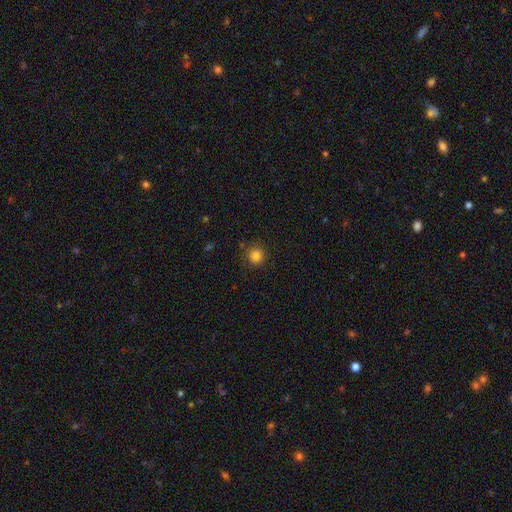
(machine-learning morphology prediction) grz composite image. It shows a smooth galaxy with no disk features (84%) that is round (92%). Merging: none (86%).